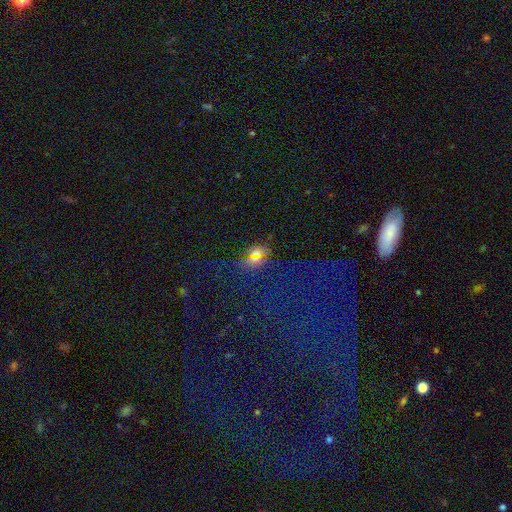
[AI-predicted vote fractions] The model was most divided on "smooth or featured": star or artifact: 46%, smooth: 44%, featured or disk: 10%.